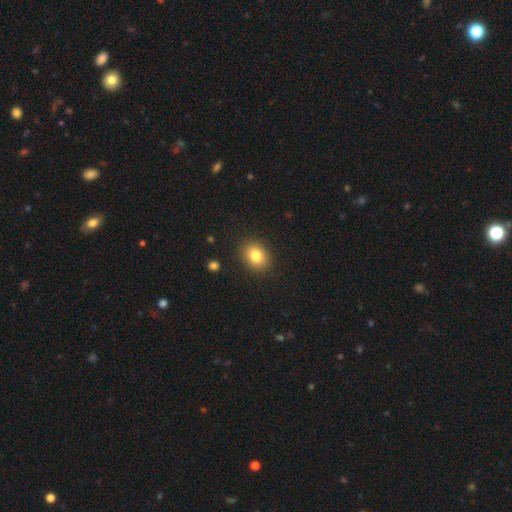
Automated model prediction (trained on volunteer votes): A smooth galaxy with no disk features (82%) that is in between round and cigar-shaped (51%). Merging: none (89%).